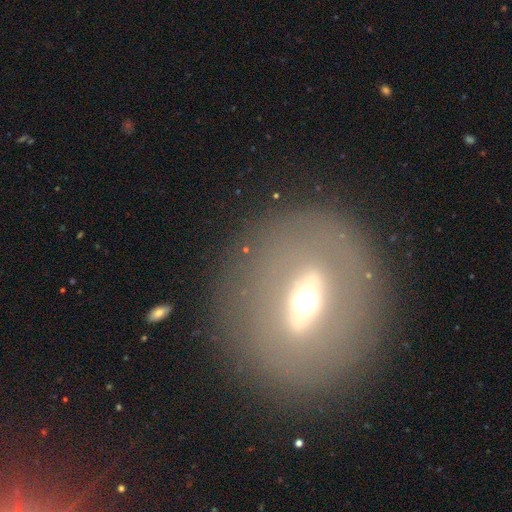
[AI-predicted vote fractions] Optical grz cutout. It shows a featured or disk galaxy (58%). Merging: none (83%).